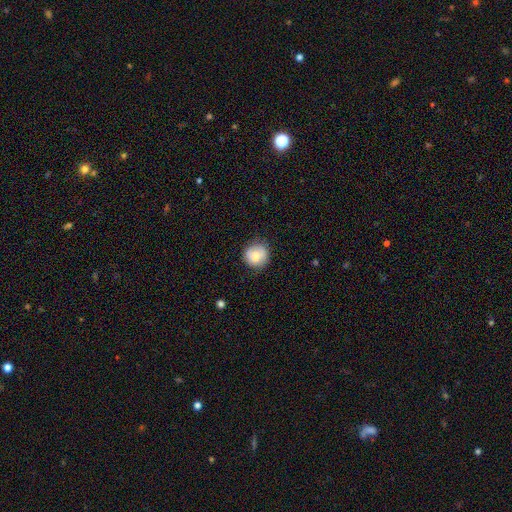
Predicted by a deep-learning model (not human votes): Smooth or featured? smooth (69%)
How rounded? round (89%)
Merging? none (79%)